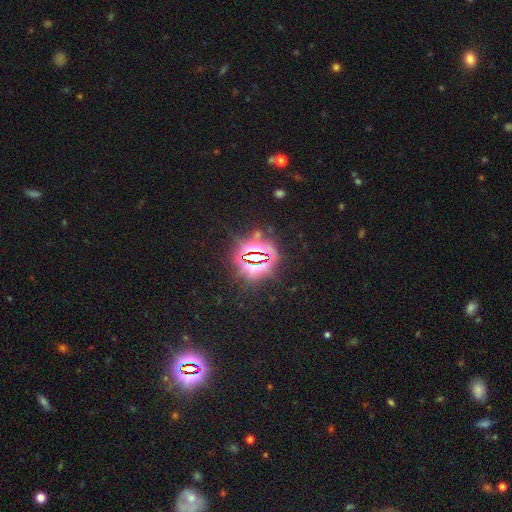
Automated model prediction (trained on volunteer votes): This is clearly a star or artifact rather than a galaxy (80%).